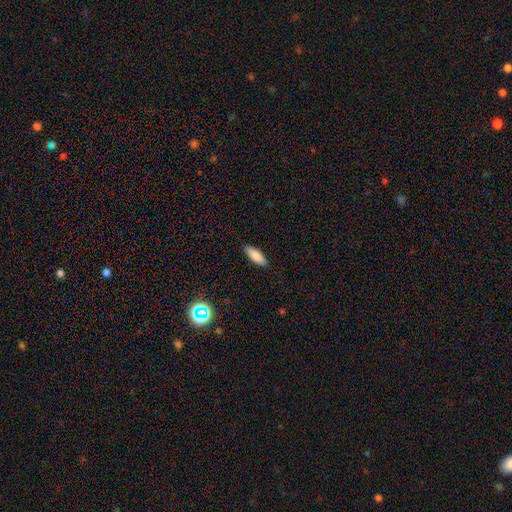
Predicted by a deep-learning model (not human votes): A smooth galaxy with no disk features (84%) that is in between round and cigar-shaped (62%).

Vote fractions:
- Smooth or featured? smooth: 84% / featured or disk: 9% / star or artifact: 7%
- How rounded? in between: 62% / cigar-shaped: 37% / round: 2%
- Merging? none: 88% / minor disturbance: 9% / major disturbance: 2% / merger: 1%